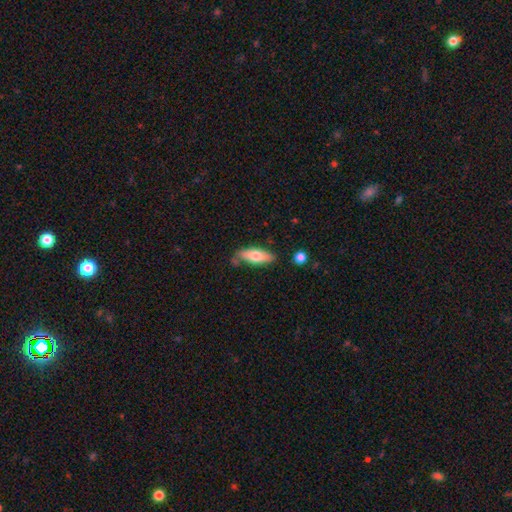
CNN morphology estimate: type=smooth (68%); roundness=in between (65%); merging=none (70%).